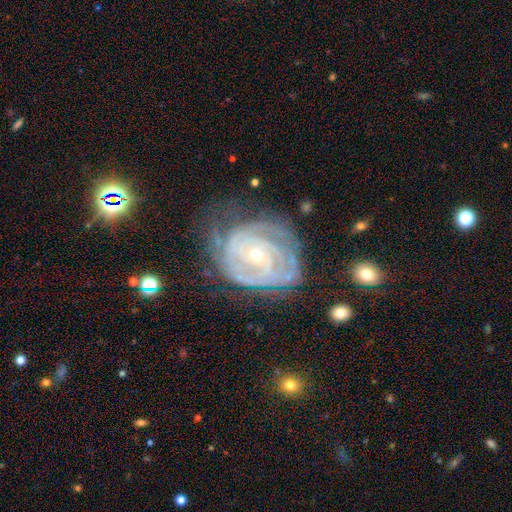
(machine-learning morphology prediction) Smooth or featured? Predicted: featured or disk (p=0.86). Edge-on disk? Predicted: no (p=0.97). Bar? Predicted: no (p=0.69). Spiral arms? Predicted: yes (p=0.94). Spiral winding? Predicted: tight (p=0.77). Spiral arm count? Predicted: can't tell (p=0.37). Bulge size? Predicted: small (p=0.61). Merging? Predicted: none (p=0.56).